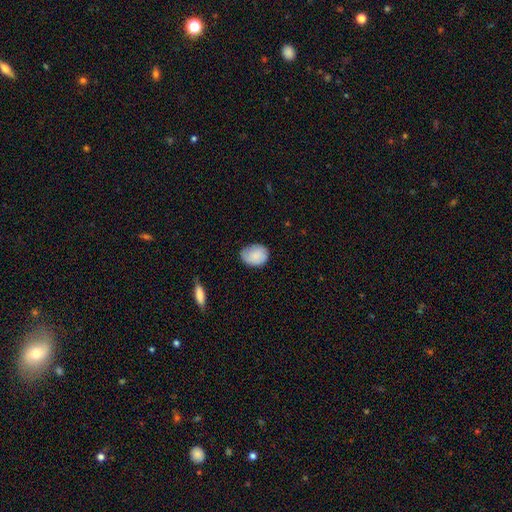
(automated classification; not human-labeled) Smooth or featured: smooth — 82% (featured or disk — 11%)
How rounded: in between — 57% (round — 42%)
Merging: none — 71% (minor disturbance — 23%)